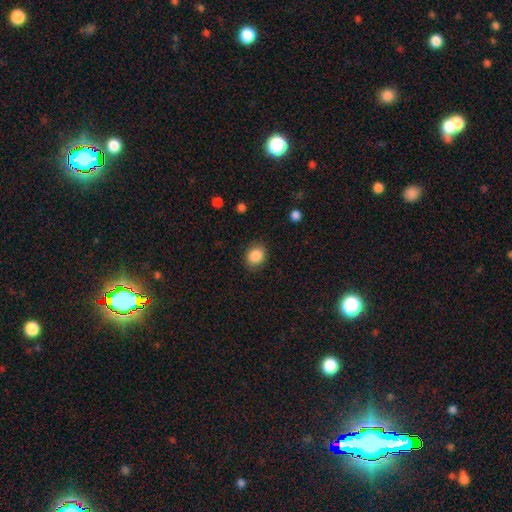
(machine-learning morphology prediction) Smooth or featured: smooth — 87% (star or artifact — 9%)
How rounded: round — 61% (in between — 38%)
Merging: none — 85% (minor disturbance — 11%)